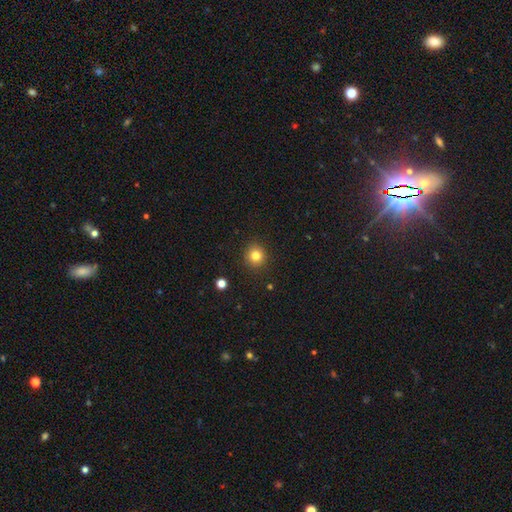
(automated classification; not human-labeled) smooth 82%, star or artifact 12%, featured or disk 6%. Down the decision tree: how rounded — round (91%); merging — none (91%).